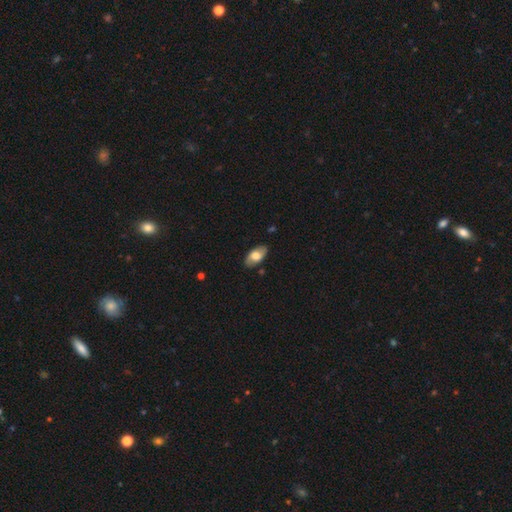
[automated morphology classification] Q: Smooth or featured?
A: smooth (64%); runner-up: featured or disk (30%)
Q: How rounded?
A: in between (93%); runner-up: round (4%)
Q: Merging?
A: none (83%); runner-up: minor disturbance (13%)